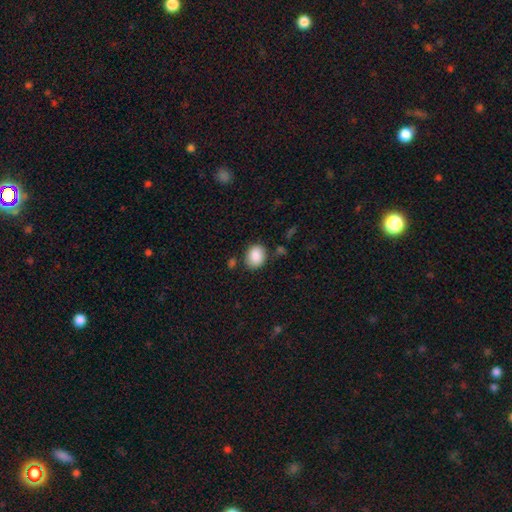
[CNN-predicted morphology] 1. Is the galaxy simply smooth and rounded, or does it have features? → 88% smooth, 8% star or artifact, 5% featured or disk.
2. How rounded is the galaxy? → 55% round, 44% in between, 1% cigar-shaped.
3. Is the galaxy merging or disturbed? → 79% none, 13% minor disturbance, 5% merger, 4% major disturbance.